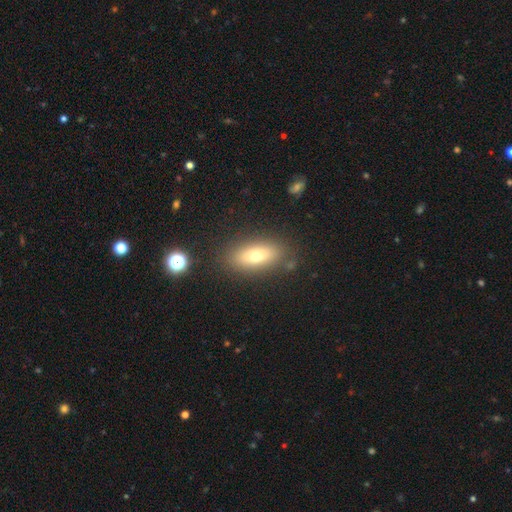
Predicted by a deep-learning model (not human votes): Smooth or featured? Predicted: smooth (p=0.66). How rounded? Predicted: in between (p=0.76). Merging? Predicted: none (p=0.82).